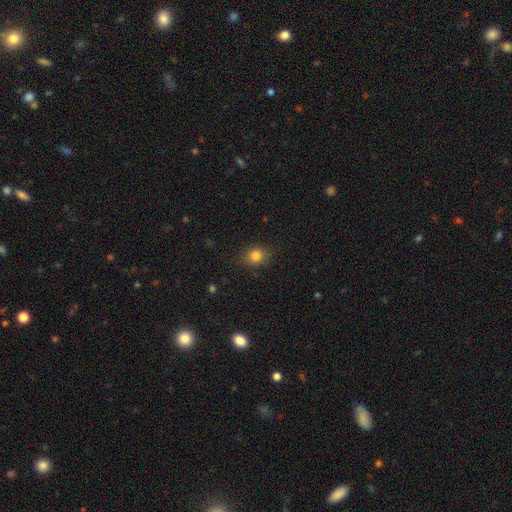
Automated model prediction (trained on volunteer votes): smooth-or-featured: smooth: 82% | star or artifact: 12% | featured or disk: 6%
  how-rounded: round: 58% | in between: 41% | cigar-shaped: 1%
  merging: none: 85% | minor disturbance: 11% | major disturbance: 3% | merger: 1%